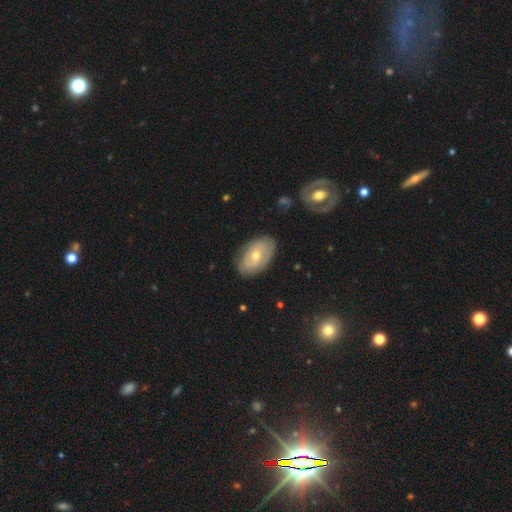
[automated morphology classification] smooth-or-featured: featured or disk: 46% | smooth: 45% | star or artifact: 9%
  merging: none: 80% | minor disturbance: 15% | major disturbance: 4% | merger: 1%